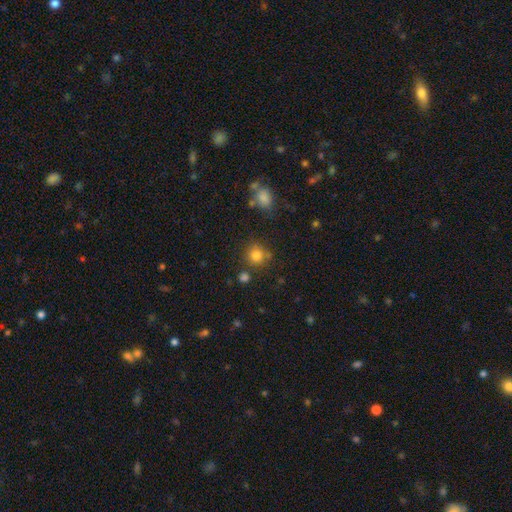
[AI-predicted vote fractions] This is clearly a smooth galaxy (80%). How rounded: clearly round (90%). Merging: likely none (75%).